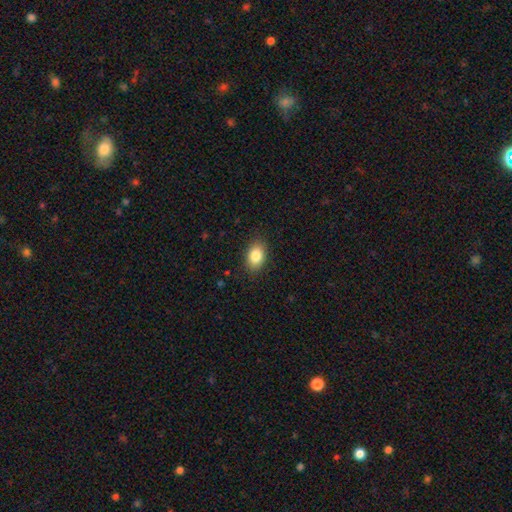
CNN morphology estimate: The model was most divided on "how rounded": in between: 84%, round: 15%, cigar-shaped: 1%. More confident: merging — none (87%); smooth or featured — smooth (84%).